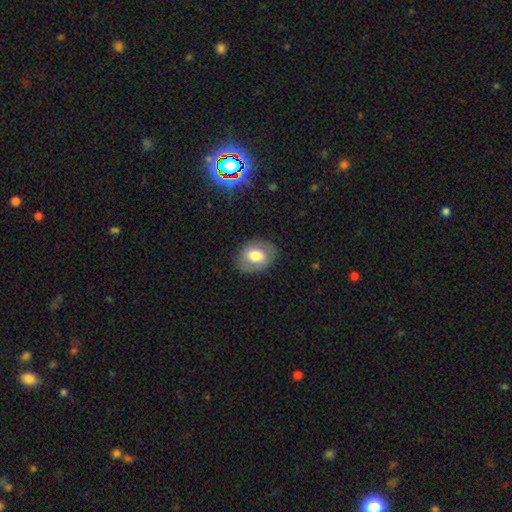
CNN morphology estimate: smooth-or-featured: smooth: 68% | featured or disk: 25% | star or artifact: 8%
  how-rounded: in between: 66% | round: 33% | cigar-shaped: 1%
  merging: none: 82% | minor disturbance: 12% | major disturbance: 4% | merger: 1%